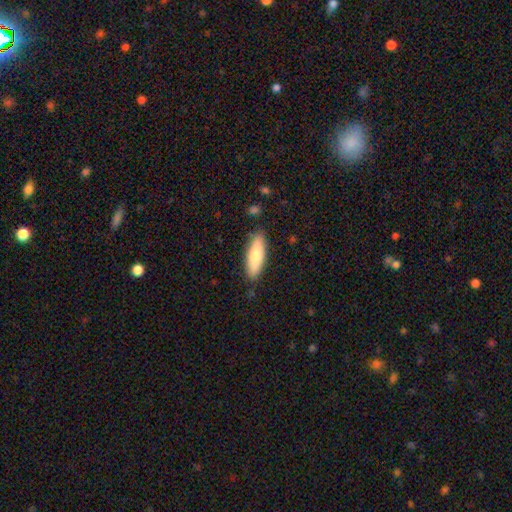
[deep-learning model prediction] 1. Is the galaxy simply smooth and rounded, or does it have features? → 76% smooth, 19% featured or disk, 6% star or artifact.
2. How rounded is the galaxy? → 51% in between, 48% cigar-shaped, 2% round.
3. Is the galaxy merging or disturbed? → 85% none, 11% minor disturbance, 2% major disturbance, 2% merger.